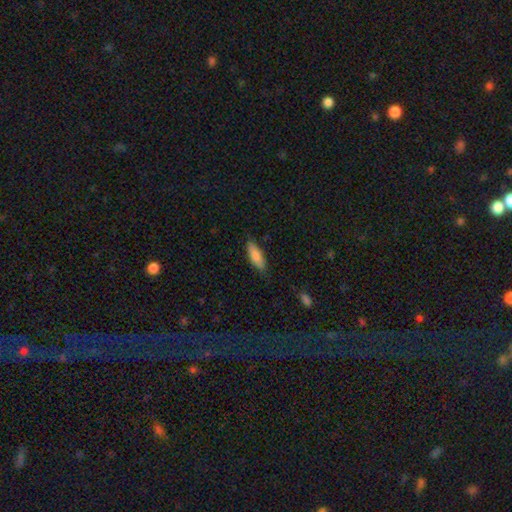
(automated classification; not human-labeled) Morphology: type=smooth (83%); roundness=in between (58%); merging=none (83%).